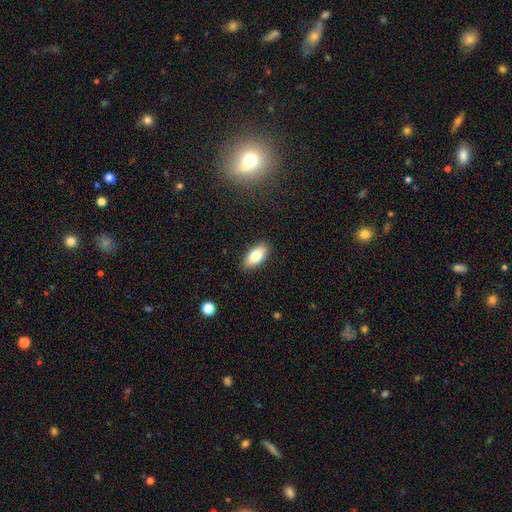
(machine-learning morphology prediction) Smooth or featured: smooth — 81% (featured or disk — 12%)
How rounded: in between — 89% (cigar-shaped — 8%)
Merging: none — 88% (minor disturbance — 9%)